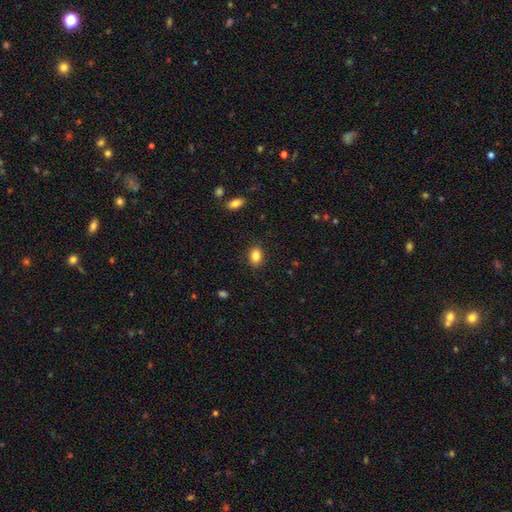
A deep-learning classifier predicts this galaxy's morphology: Smooth or featured? smooth (85%)
How rounded? in between (75%)
Merging? none (87%)